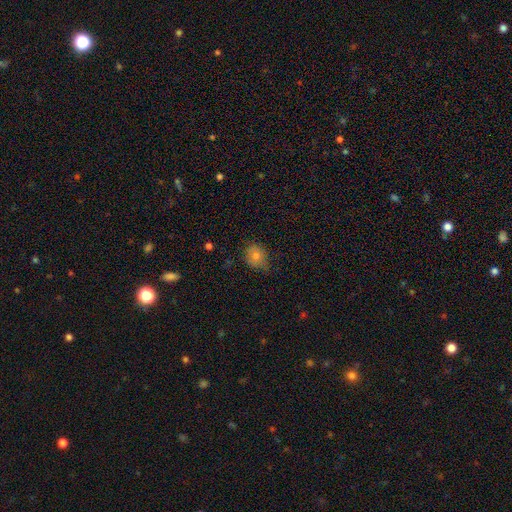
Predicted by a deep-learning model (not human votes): This is likely a smooth galaxy (72%). How rounded: possibly round (58%). Merging: likely none (70%).